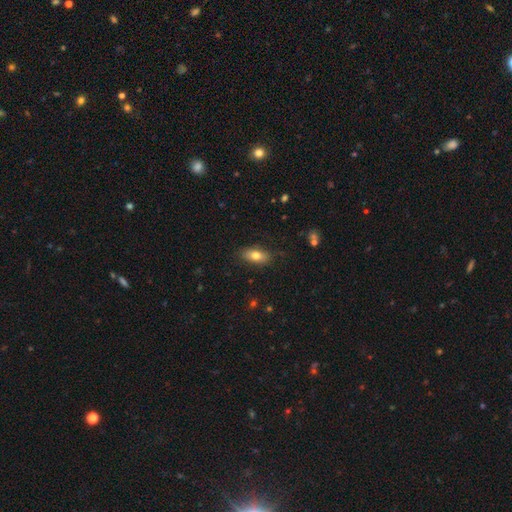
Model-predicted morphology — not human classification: This is likely a smooth galaxy (76%). How rounded: clearly in between (85%). Merging: clearly none (84%).